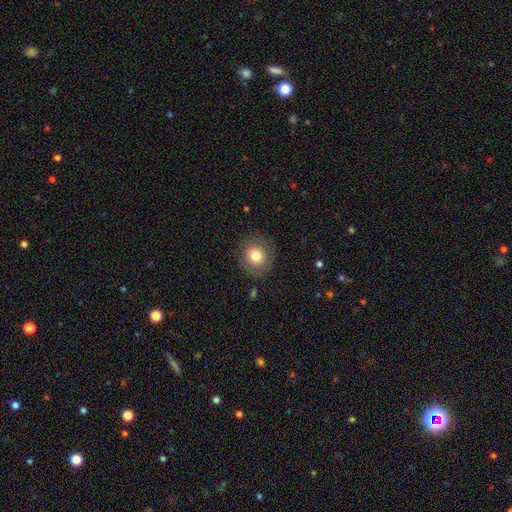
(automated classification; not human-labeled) Smooth or featured? smooth (75%)
How rounded? round (88%)
Merging? none (82%)